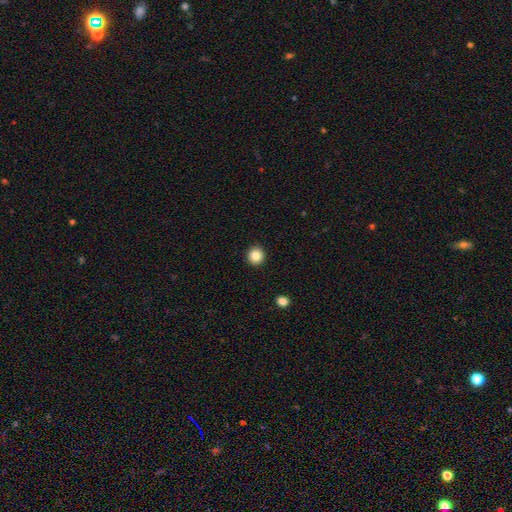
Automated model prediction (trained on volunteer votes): smooth 85%, star or artifact 10%, featured or disk 6%. Down the decision tree: how rounded — round (92%); merging — none (93%).